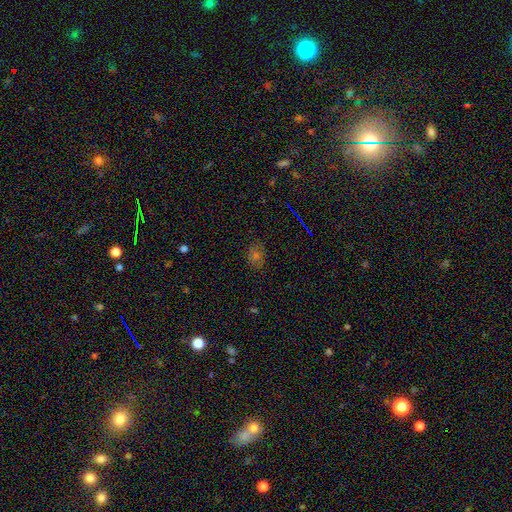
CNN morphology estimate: Q: Smooth or featured?
A: smooth (50%); runner-up: star or artifact (34%)
Q: How rounded?
A: in between (57%); runner-up: round (42%)
Q: Merging?
A: none (80%); runner-up: minor disturbance (14%)